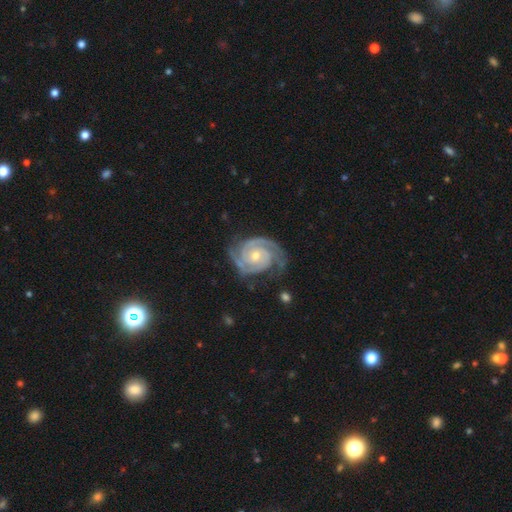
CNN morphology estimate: A featured or disk galaxy (93%) with no bar (71%), 2 (63%) tight (72%) spiral arms (99%) and a moderate central bulge (51%).

Vote fractions:
- Smooth or featured? featured or disk: 93% / star or artifact: 4% / smooth: 3%
- Edge-on disk? no: 98% / yes: 2%
- Bar? no: 71% / weak: 21% / strong: 8%
- Spiral arms? yes: 99% / no: 1%
- Spiral winding? tight: 72% / medium: 25% / loose: 3%
- Spiral arm count? 2: 63% / 3: 24% / can't tell: 5% / 4: 3% / 1: 3% / more than 4: 3%
- Bulge size? moderate: 51% / small: 46% / large: 1% / none: 1% / dominant: 1%
- Merging? none: 76% / minor disturbance: 17% / major disturbance: 6% / merger: 2%